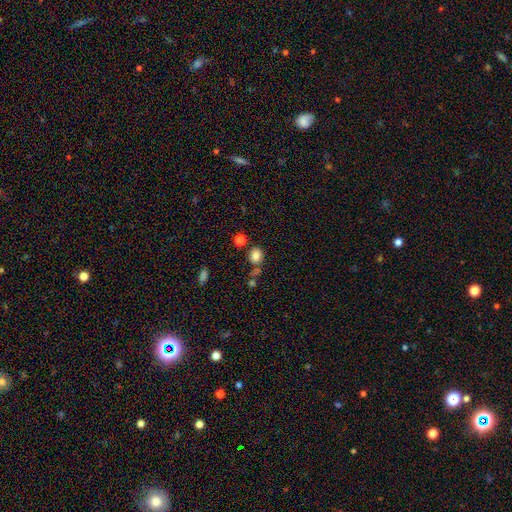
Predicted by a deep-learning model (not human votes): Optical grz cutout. It shows a smooth galaxy with no disk features (82%) that is round (64%). Merging: none (68%).